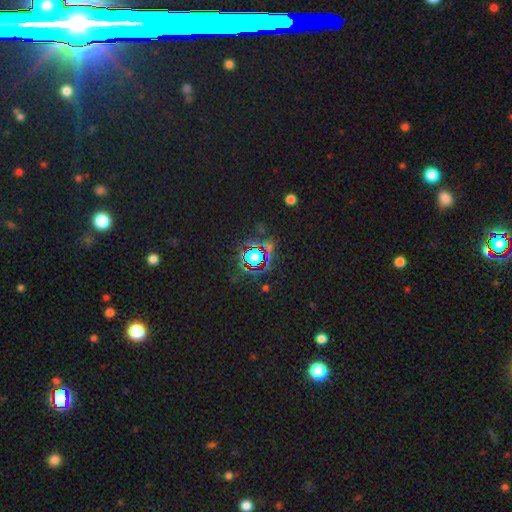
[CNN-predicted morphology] The model was most divided on "smooth or featured": star or artifact: 70%, smooth: 20%, featured or disk: 10%.